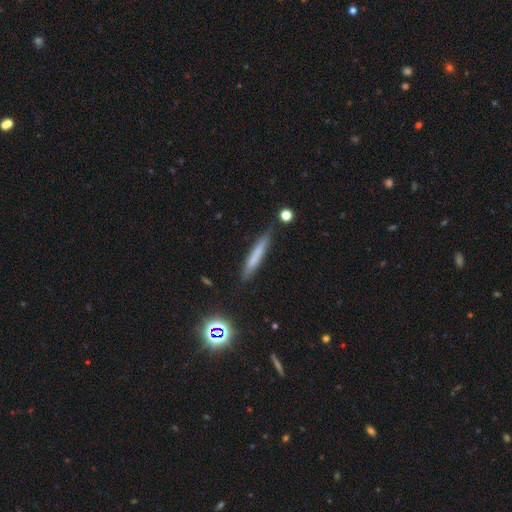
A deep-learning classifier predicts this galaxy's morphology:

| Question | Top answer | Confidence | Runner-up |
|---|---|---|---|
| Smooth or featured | smooth | 67% | featured or disk (23%) |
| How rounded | cigar-shaped | 94% | in between (4%) |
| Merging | none | 85% | minor disturbance (11%) |